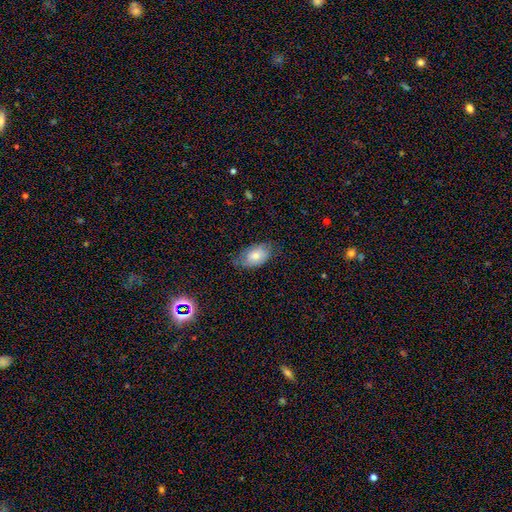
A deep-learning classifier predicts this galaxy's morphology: A smooth galaxy with no disk features (73%) that is in between round and cigar-shaped (93%).

Vote fractions:
- Smooth or featured? smooth: 73% / featured or disk: 20% / star or artifact: 7%
- How rounded? in between: 93% / round: 6% / cigar-shaped: 2%
- Merging? none: 63% / minor disturbance: 28% / major disturbance: 7% / merger: 1%